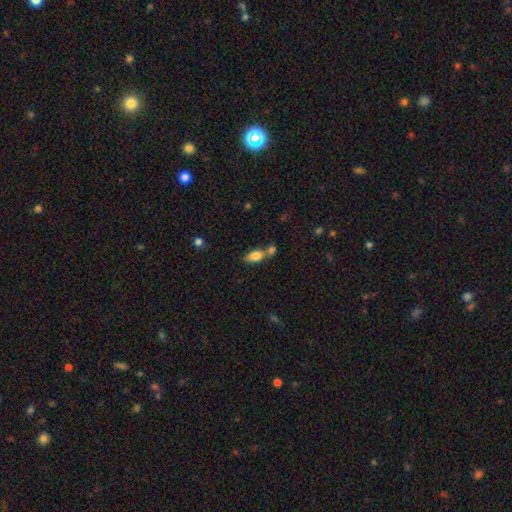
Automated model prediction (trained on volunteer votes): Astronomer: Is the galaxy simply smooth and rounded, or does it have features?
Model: smooth — 79%.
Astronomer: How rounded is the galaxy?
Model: in between — 86%.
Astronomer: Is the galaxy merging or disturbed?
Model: merger — 43% (runner-up: none, 42%).